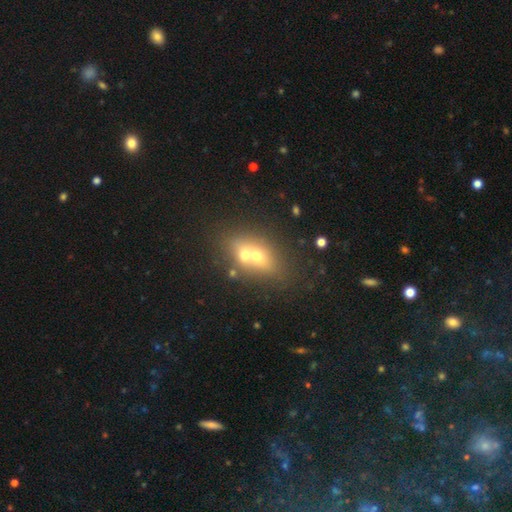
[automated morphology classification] The model was most divided on "smooth or featured": smooth: 55%, featured or disk: 31%, star or artifact: 13%. More confident: merging — merger (62%); how rounded — in between (61%).